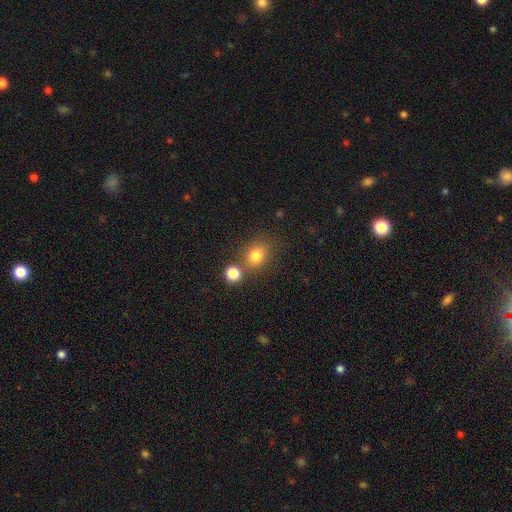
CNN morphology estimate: type=smooth (79%); roundness=round (68%); merging=none (63%).